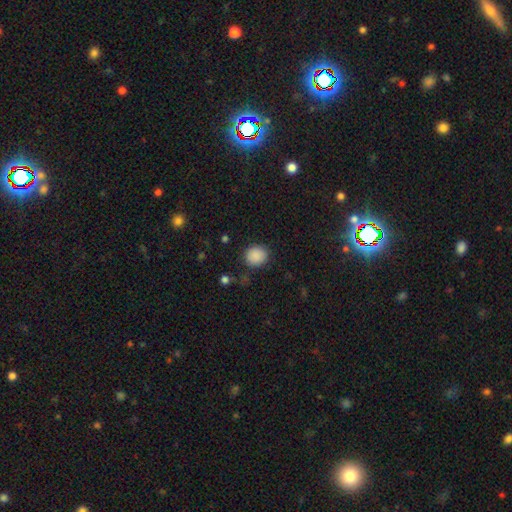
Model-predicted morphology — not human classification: This appears to be a smooth galaxy with no disk features (88%) that is round (78%). Merging: none (83%).